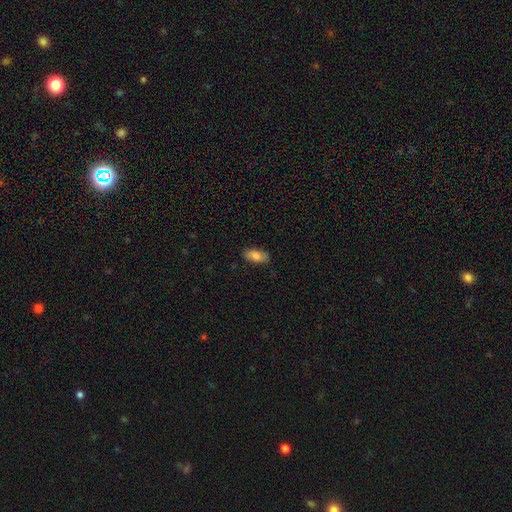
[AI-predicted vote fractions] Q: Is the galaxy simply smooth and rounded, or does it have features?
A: smooth — 80%.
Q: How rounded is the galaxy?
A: in between — 90%.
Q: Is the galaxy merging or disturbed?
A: none — 84%.